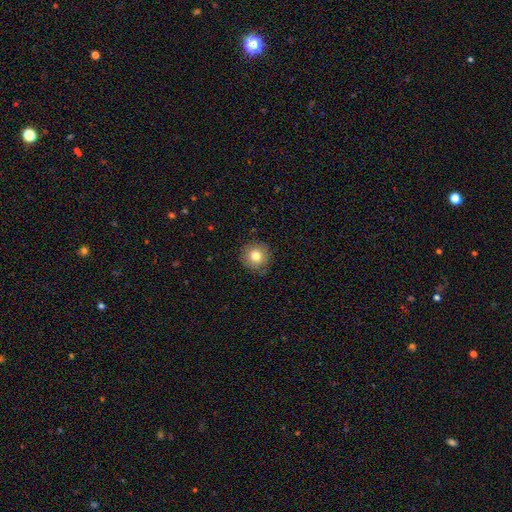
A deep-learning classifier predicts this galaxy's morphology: Smooth or featured? Predicted: smooth (p=0.79). How rounded? Predicted: round (p=0.94). Merging? Predicted: none (p=0.87).